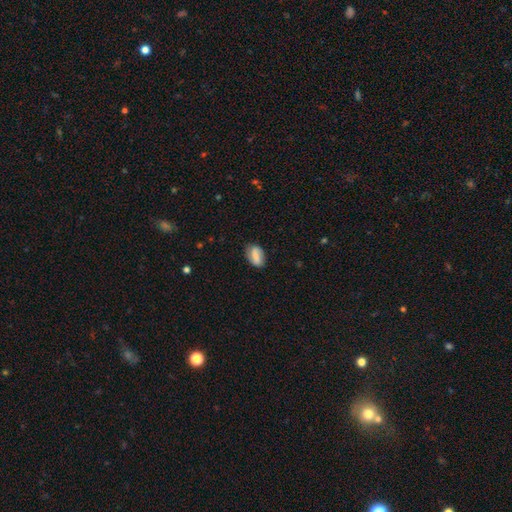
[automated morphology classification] Smooth or featured: smooth — 67% (featured or disk — 25%)
How rounded: in between — 87% (round — 9%)
Merging: none — 78% (minor disturbance — 16%)